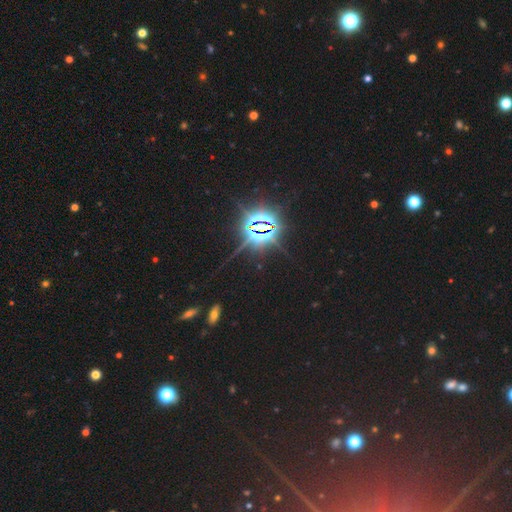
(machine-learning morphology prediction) star or artifact 84%, smooth 10%, featured or disk 7%.